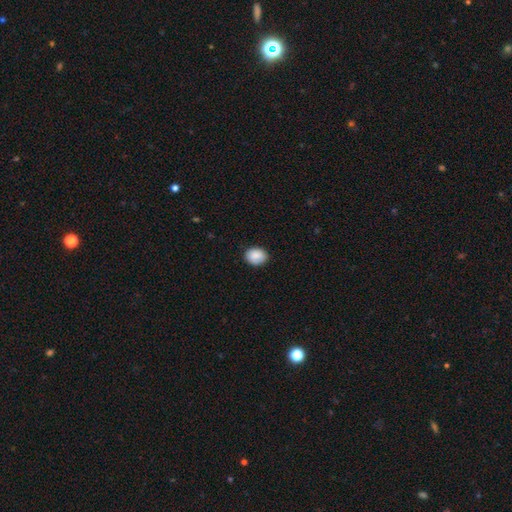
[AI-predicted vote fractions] This appears to be a smooth galaxy with no disk features (88%) that is in between round and cigar-shaped (51%). Merging: none (86%).